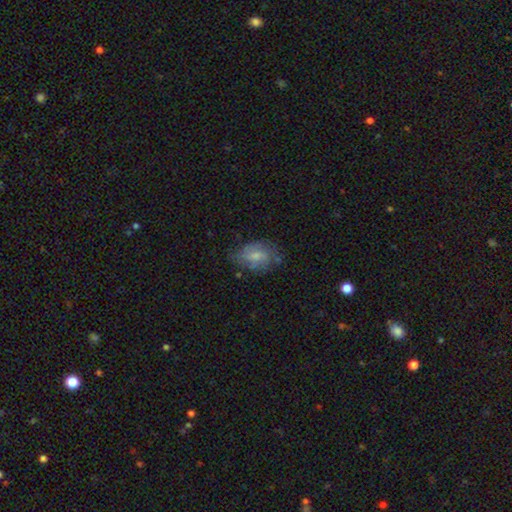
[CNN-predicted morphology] Overall: smooth (55%; featured or disk 37%). How rounded: in between (76%). Merging: none (59%; minor disturbance 28%).